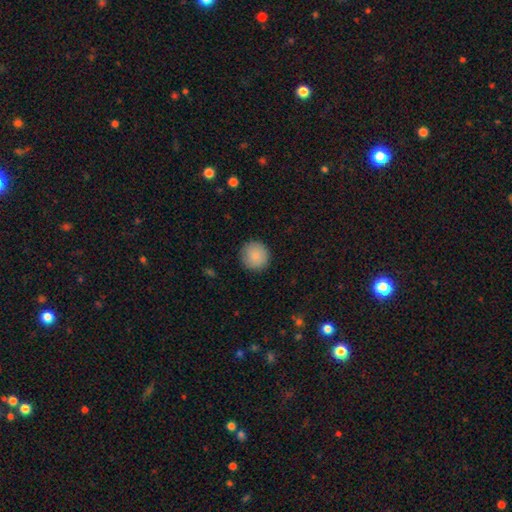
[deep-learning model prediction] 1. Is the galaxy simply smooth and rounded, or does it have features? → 86% smooth, 7% star or artifact, 6% featured or disk.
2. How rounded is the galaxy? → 93% round, 6% in between, 1% cigar-shaped.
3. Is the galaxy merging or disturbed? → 89% none, 8% minor disturbance, 2% major disturbance, 1% merger.